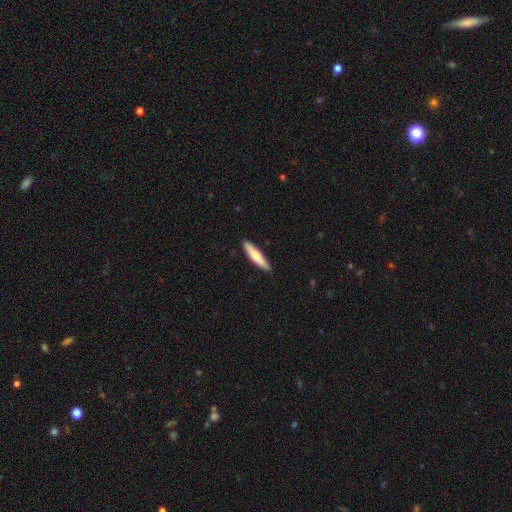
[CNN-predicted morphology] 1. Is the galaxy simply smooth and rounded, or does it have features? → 66% smooth, 29% featured or disk, 5% star or artifact.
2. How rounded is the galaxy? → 85% cigar-shaped, 13% in between, 1% round.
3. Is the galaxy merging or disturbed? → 90% none, 8% minor disturbance, 1% major disturbance, 1% merger.